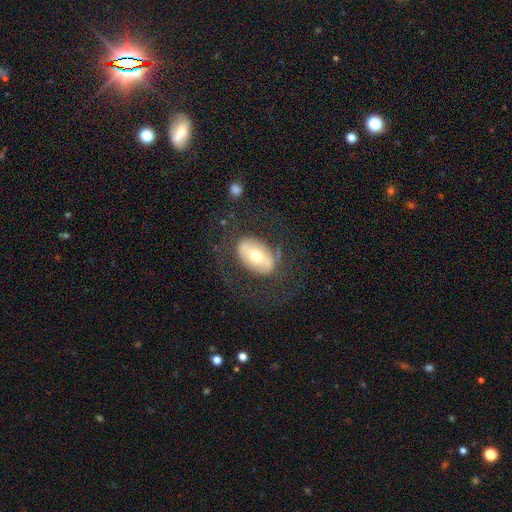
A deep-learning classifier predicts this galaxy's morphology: Overall: featured or disk (49%; smooth 44%). Merging: none (64%).